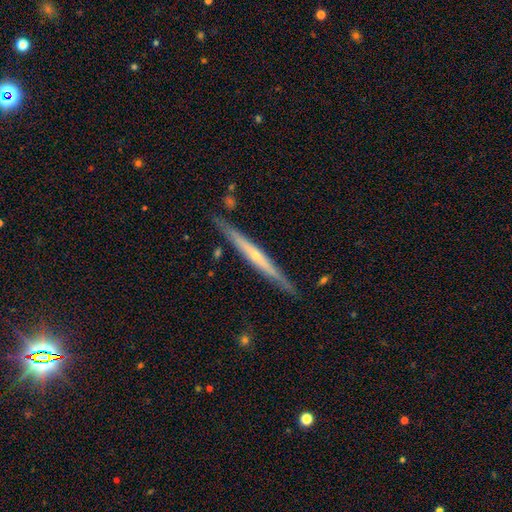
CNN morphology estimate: Q: Smooth or featured?
A: featured or disk (71%); runner-up: smooth (24%)
Q: Edge-on disk?
A: yes (96%); runner-up: no (4%)
Q: Edge-on bulge?
A: rounded (52%); runner-up: none (44%)
Q: Merging?
A: none (87%); runner-up: minor disturbance (10%)